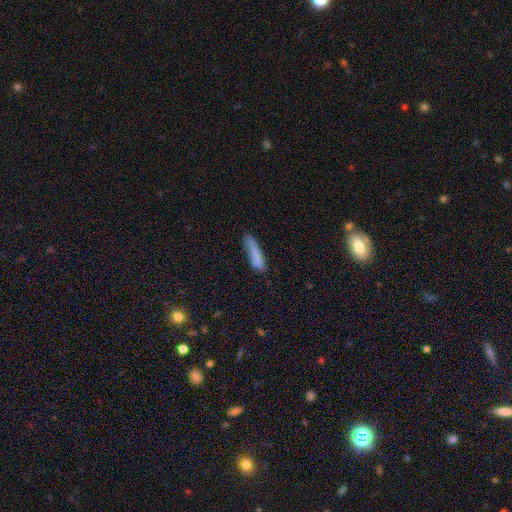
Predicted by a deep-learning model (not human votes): smooth_or_featured: smooth (p=0.79) [alt: featured or disk p=0.14]
how_rounded: cigar-shaped (p=0.84) [alt: in between p=0.14]
merging: none (p=0.59) [alt: minor disturbance p=0.27]